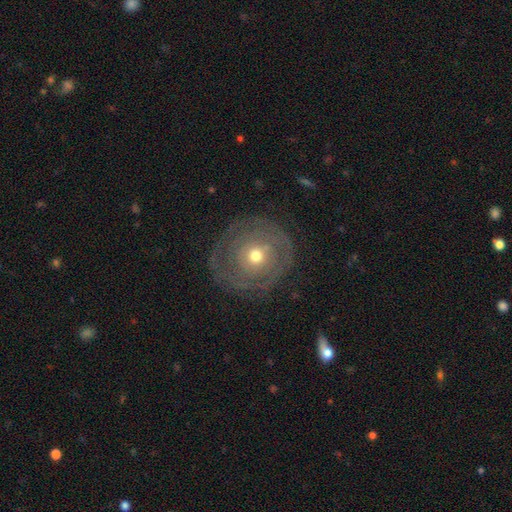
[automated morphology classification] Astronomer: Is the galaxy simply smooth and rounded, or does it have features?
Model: featured or disk — 60%.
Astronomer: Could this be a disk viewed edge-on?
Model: no — 96%.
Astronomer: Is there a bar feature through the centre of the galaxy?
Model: no — 84%.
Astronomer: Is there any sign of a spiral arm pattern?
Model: yes — 50%, tied with no at 50%.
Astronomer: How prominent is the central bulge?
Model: moderate — 58% (runner-up: small, 35%).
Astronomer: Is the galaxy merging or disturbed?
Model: none — 75%.